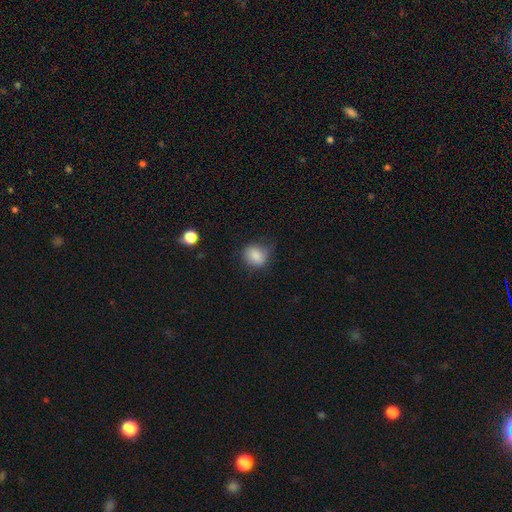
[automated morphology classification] A smooth galaxy with no disk features (83%) that is round (64%).

Vote fractions:
- Smooth or featured? smooth: 83% / star or artifact: 9% / featured or disk: 9%
- How rounded? round: 64% / in between: 35% / cigar-shaped: 1%
- Merging? none: 66% / minor disturbance: 26% / major disturbance: 7% / merger: 1%